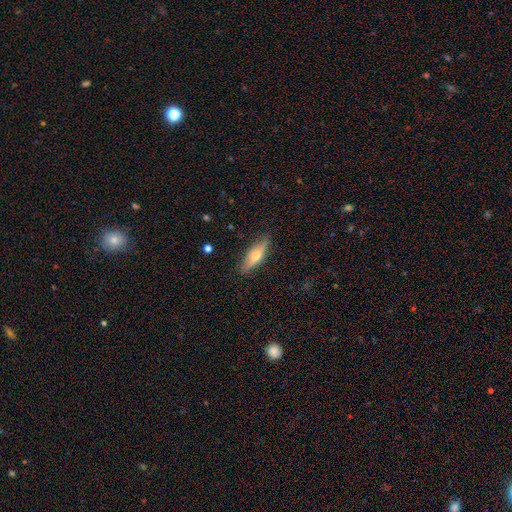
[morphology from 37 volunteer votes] A smooth galaxy with no disk features (51%) that is cigar-shaped (53%). Merging: none (97%).